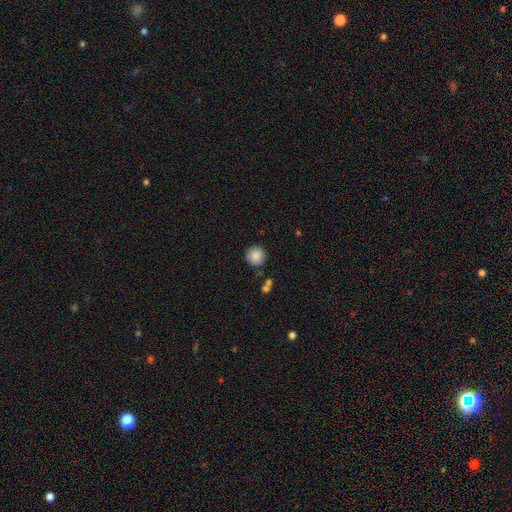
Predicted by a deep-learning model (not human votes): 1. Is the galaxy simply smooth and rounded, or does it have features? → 87% smooth, 8% star or artifact, 5% featured or disk.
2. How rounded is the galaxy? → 93% round, 6% in between, 1% cigar-shaped.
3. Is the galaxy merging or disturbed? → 86% none, 9% minor disturbance, 3% merger, 2% major disturbance.